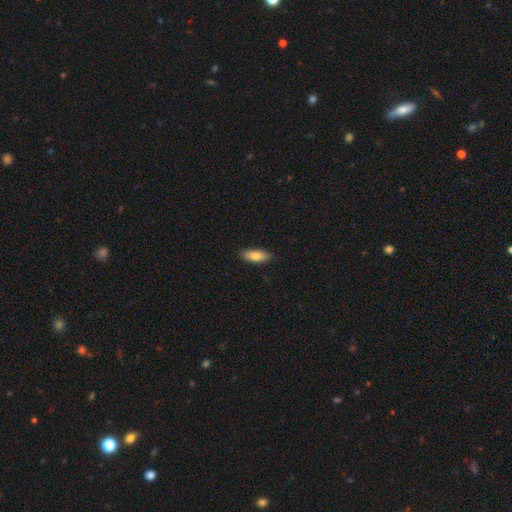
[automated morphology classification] smooth 79%, featured or disk 15%, star or artifact 6%. Down the decision tree: how rounded — in between (69%); merging — none (88%).